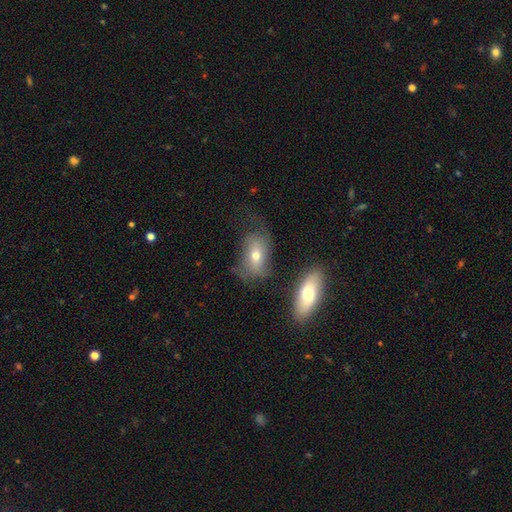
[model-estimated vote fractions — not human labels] Smooth or featured?
  - smooth: 60% *
  - featured or disk: 30%
  - star or artifact: 10%
How rounded?
  - in between: 85% *
  - round: 12%
  - cigar-shaped: 3%
Merging?
  - none: 44% *
  - minor disturbance: 24%
  - major disturbance: 21%
  - merger: 11%